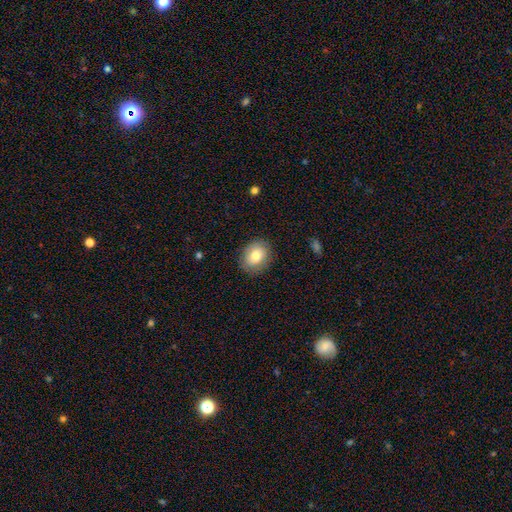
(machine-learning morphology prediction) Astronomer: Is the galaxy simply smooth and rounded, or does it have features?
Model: smooth — 79%.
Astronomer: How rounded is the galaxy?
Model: in between — 51% (runner-up: round, 48%).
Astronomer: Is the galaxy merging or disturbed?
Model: none — 86%.